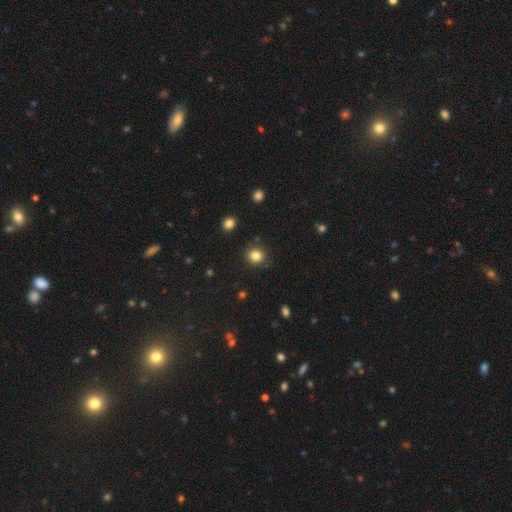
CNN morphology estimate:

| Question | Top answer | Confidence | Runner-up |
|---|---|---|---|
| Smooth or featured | smooth | 83% | star or artifact (11%) |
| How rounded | round | 87% | in between (12%) |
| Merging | none | 87% | minor disturbance (8%) |